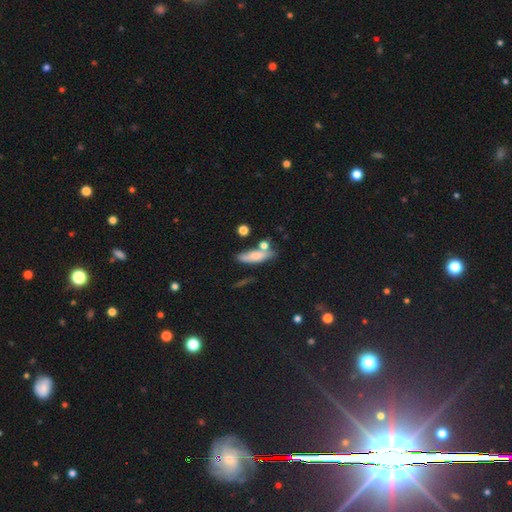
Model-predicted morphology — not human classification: type=smooth (71%); roundness=cigar-shaped (50%); merging=none (61%).